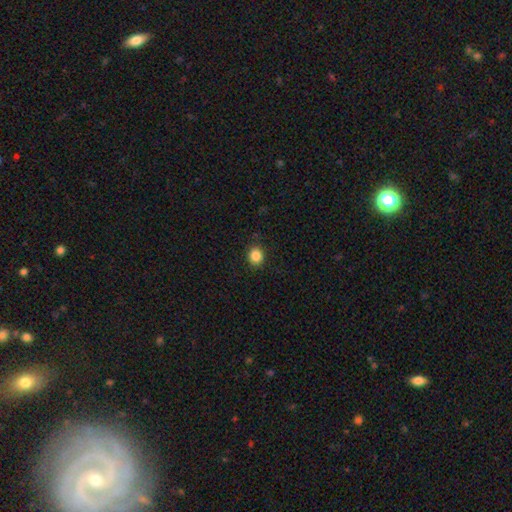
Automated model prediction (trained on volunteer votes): The model was most divided on "how rounded": round: 76%, in between: 24%, cigar-shaped: 1%. More confident: merging — none (89%); smooth or featured — smooth (86%).